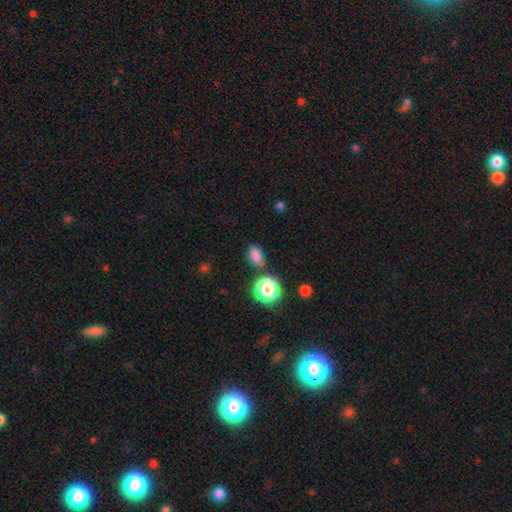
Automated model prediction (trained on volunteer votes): The model was most divided on "how rounded": in between: 76%, round: 22%, cigar-shaped: 2%. More confident: smooth or featured — smooth (78%); merging — none (77%).